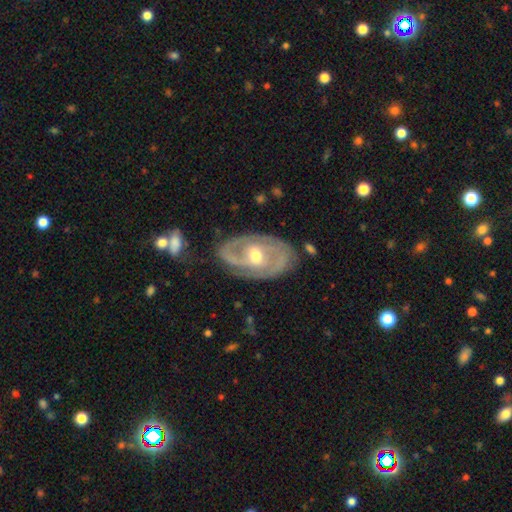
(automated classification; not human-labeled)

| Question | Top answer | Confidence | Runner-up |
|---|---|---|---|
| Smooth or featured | featured or disk | 85% | smooth (11%) |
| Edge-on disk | no | 95% | yes (5%) |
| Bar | weak | 43% | no (41%) |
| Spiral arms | yes | 89% | no (11%) |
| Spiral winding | tight | 49% | medium (38%) |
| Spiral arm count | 2 | 68% | can't tell (15%) |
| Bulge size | moderate | 67% | small (27%) |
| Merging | none | 77% | minor disturbance (16%) |